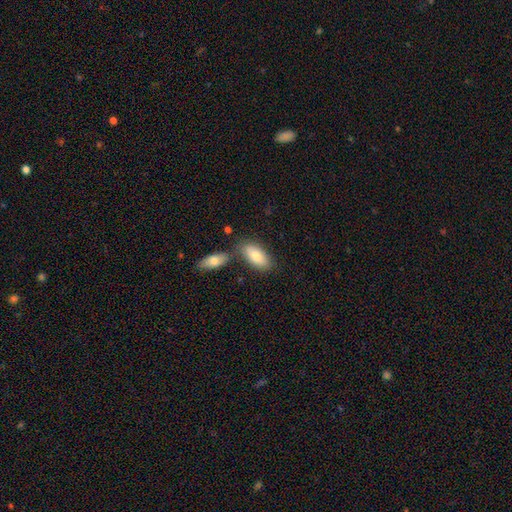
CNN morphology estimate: type=smooth (80%); roundness=in between (89%); merging=none (61%).